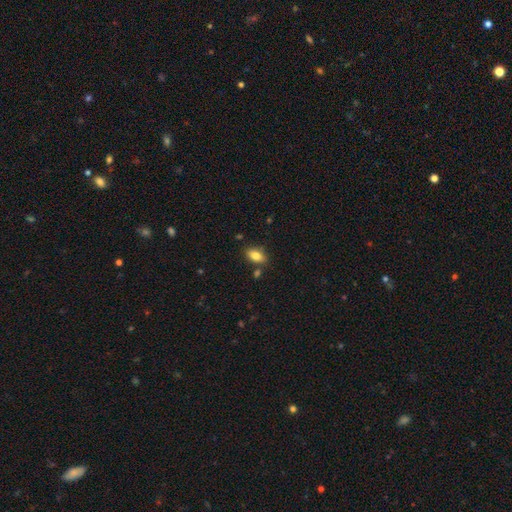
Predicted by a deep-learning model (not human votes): Overall: smooth (82%). How rounded: in between (90%). Merging: none (80%).